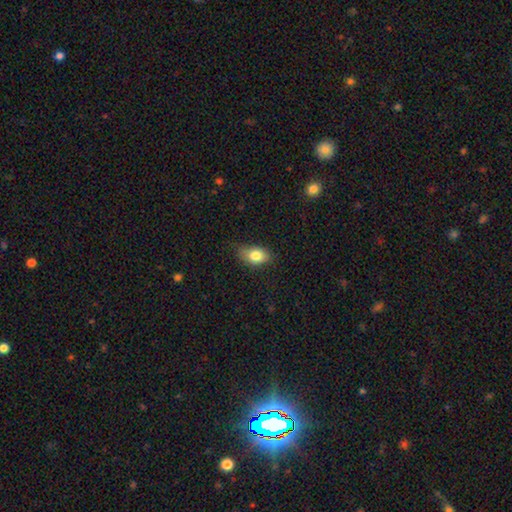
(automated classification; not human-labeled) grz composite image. It shows a smooth galaxy with no disk features (80%) that is in between round and cigar-shaped (84%). Merging: none (70%).